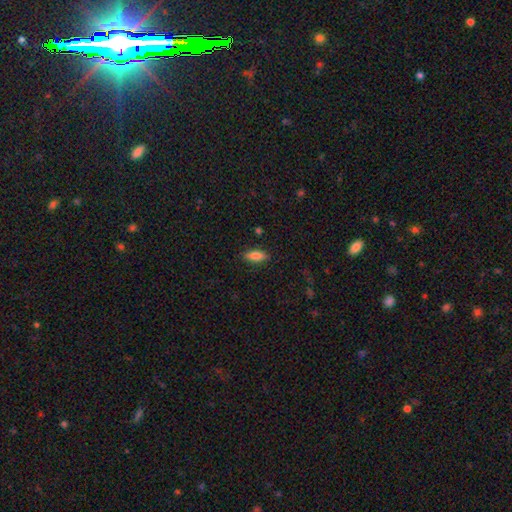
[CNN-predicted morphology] smooth-or-featured: smooth: 75% | featured or disk: 17% | star or artifact: 8%
  how-rounded: in between: 73% | cigar-shaped: 24% | round: 3%
  merging: none: 86% | minor disturbance: 11% | major disturbance: 2% | merger: 1%